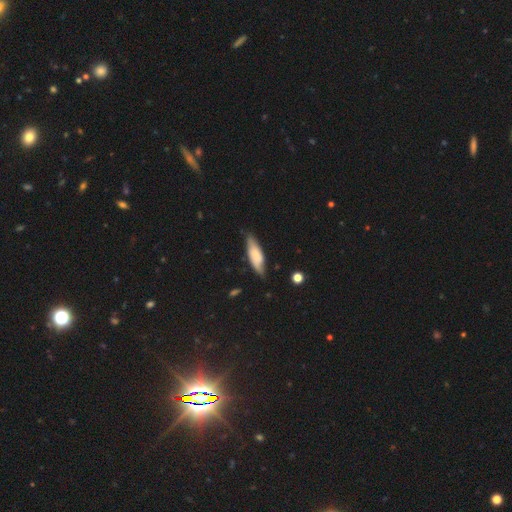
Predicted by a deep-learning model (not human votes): Morphology: type=smooth (64%); roundness=in between (51%); merging=none (72%).